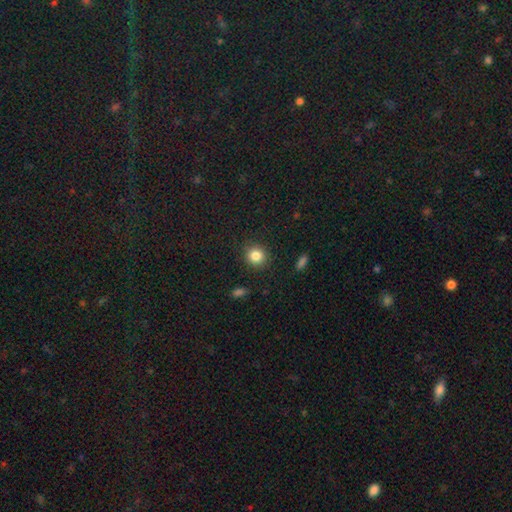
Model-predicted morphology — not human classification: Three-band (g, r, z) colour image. It shows a smooth galaxy with no disk features (84%) that is round (89%). Merging: none (89%).